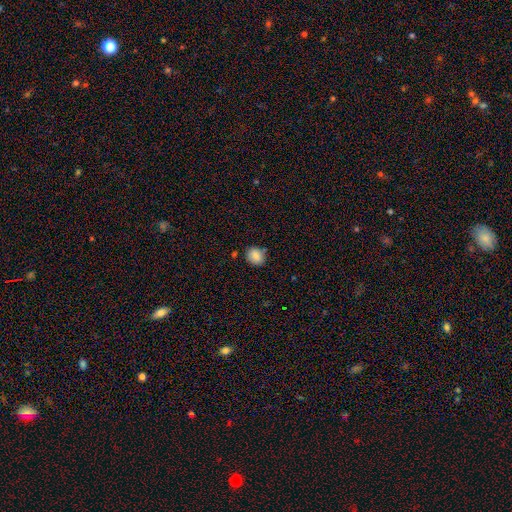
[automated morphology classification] This is clearly a smooth galaxy (85%). How rounded: likely round (65%). Merging: clearly none (81%).